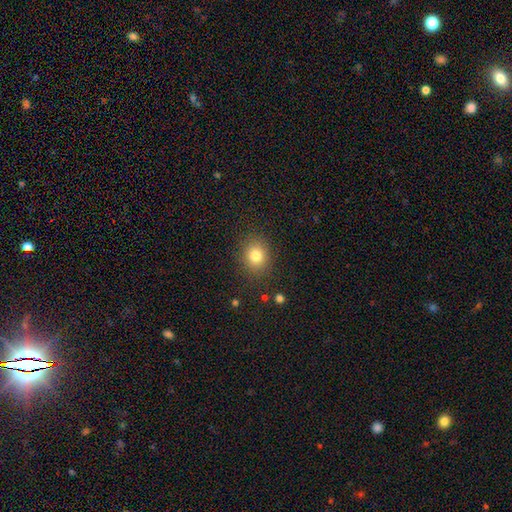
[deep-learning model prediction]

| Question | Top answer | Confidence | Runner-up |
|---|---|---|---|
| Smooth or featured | smooth | 81% | star or artifact (12%) |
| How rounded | round | 71% | in between (29%) |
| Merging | none | 86% | minor disturbance (9%) |